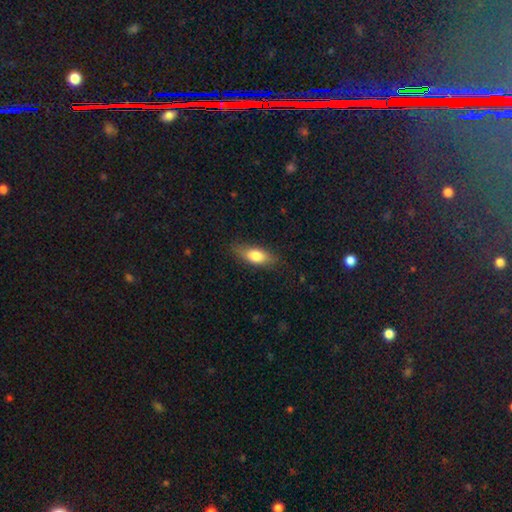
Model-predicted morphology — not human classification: smooth 75%, featured or disk 18%, star or artifact 7%. Down the decision tree: how rounded — in between (76%); merging — none (78%).